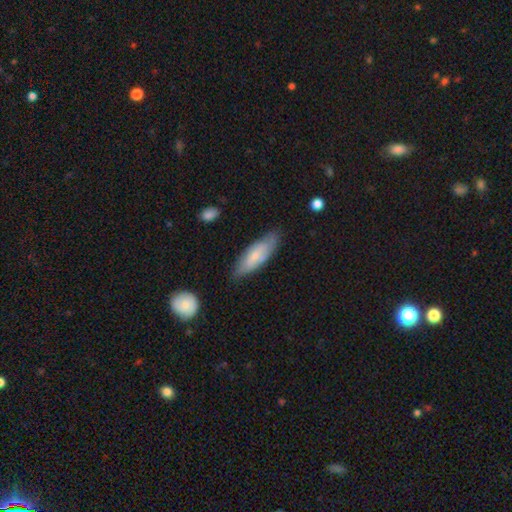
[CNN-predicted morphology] Overall: smooth (63%; featured or disk 31%). How rounded: in between (55%; cigar-shaped 44%). Merging: none (72%).